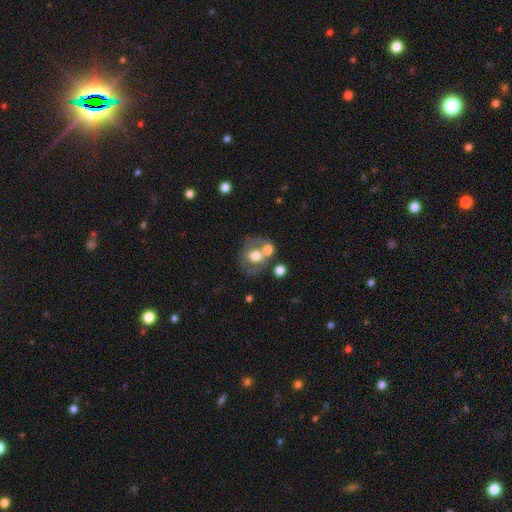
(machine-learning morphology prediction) smooth_or_featured: smooth (p=0.55) [alt: featured or disk p=0.35]
how_rounded: round (p=0.69) [alt: in between p=0.30]
merging: none (p=0.49) [alt: merger p=0.30]